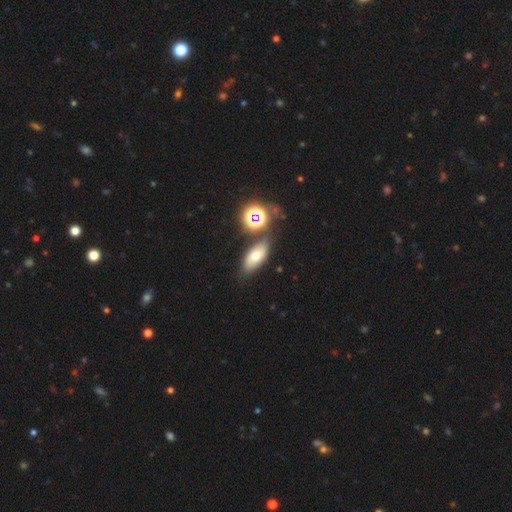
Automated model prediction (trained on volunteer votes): smooth 58%, featured or disk 22%, star or artifact 20%. Down the decision tree: how rounded — in between (79%); merging — none (70%).